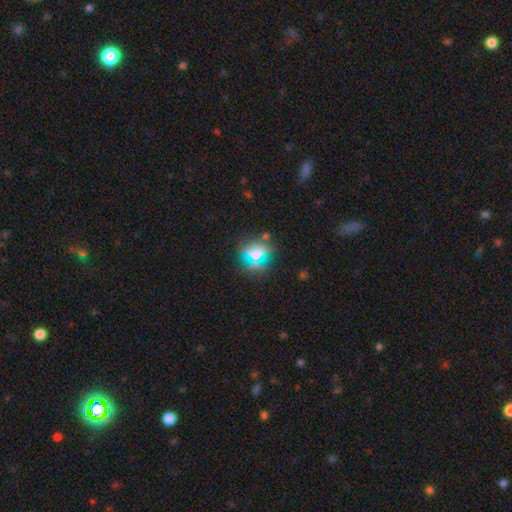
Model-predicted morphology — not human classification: Q: Smooth or featured?
A: smooth (55%); runner-up: star or artifact (33%)
Q: How rounded?
A: round (79%); runner-up: in between (18%)
Q: Merging?
A: none (77%); runner-up: minor disturbance (11%)